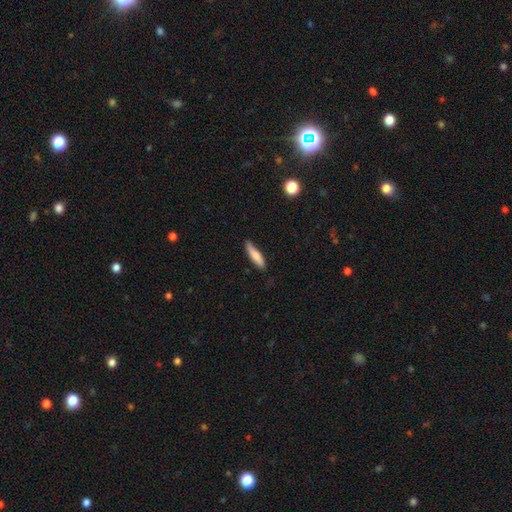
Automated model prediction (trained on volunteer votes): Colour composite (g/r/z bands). It shows a smooth galaxy with no disk features (78%) that is cigar-shaped (81%). Merging: none (74%).